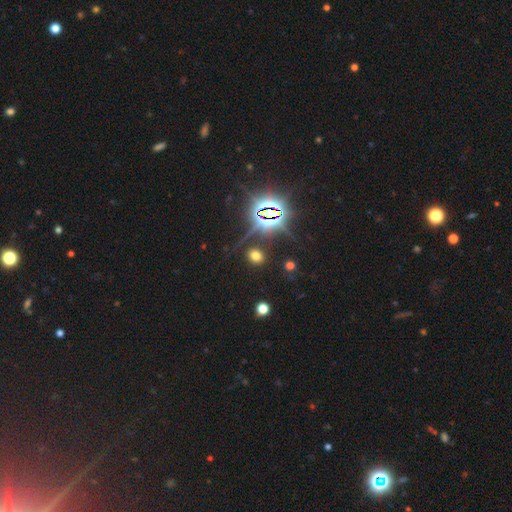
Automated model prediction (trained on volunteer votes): The model was most divided on "how rounded": round: 59%, in between: 39%, cigar-shaped: 2%. More confident: merging — none (84%); smooth or featured — smooth (56%).